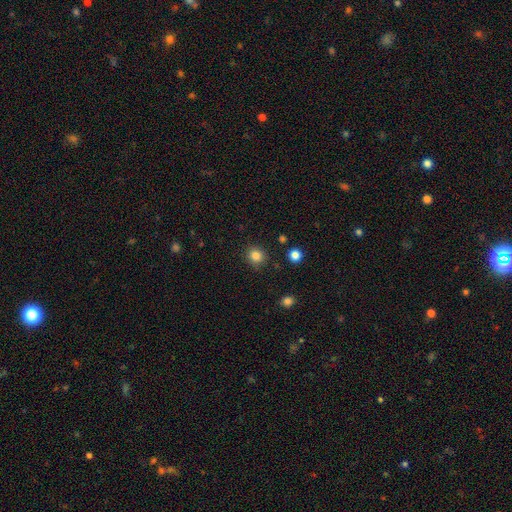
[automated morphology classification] Q: Smooth or featured?
A: smooth (84%); runner-up: star or artifact (12%)
Q: How rounded?
A: round (87%); runner-up: in between (12%)
Q: Merging?
A: none (89%); runner-up: minor disturbance (7%)